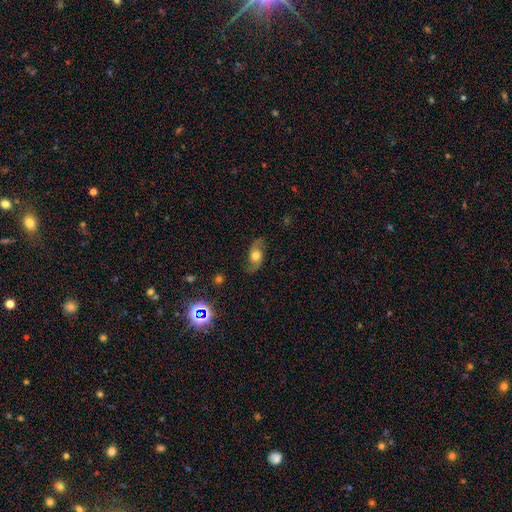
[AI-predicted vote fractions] Smooth or featured? Predicted: featured or disk (p=0.59). Edge-on disk? Predicted: no (p=0.88). Bar? Predicted: no (p=0.77). Spiral arms? Predicted: yes (p=0.84). Bulge size? Predicted: moderate (p=0.63). Merging? Predicted: none (p=0.76).